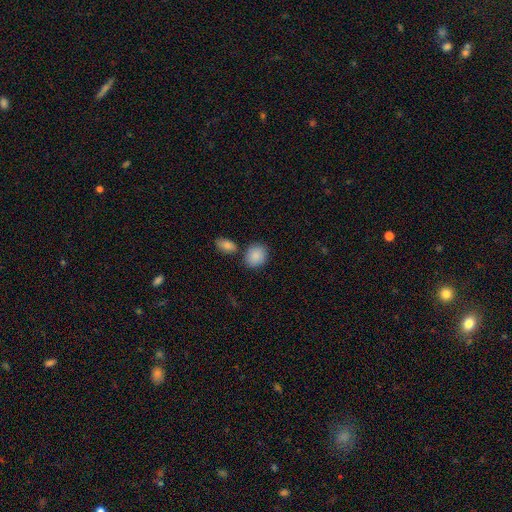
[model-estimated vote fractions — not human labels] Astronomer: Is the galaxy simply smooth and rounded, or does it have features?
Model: smooth — 89%.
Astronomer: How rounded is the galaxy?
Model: round — 61% (runner-up: in between, 38%).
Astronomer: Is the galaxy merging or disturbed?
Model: none — 75%.